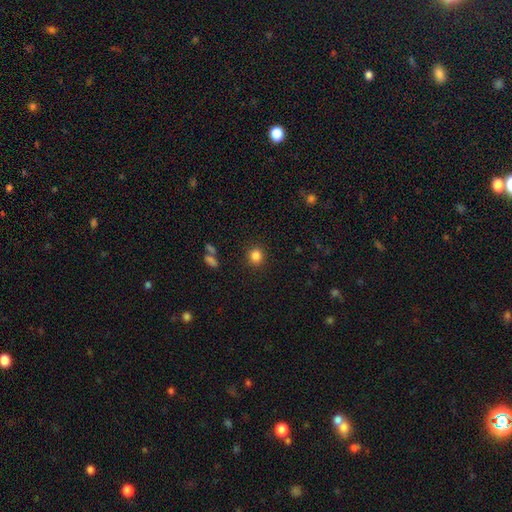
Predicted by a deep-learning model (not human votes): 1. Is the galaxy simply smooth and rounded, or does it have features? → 84% smooth, 12% star or artifact, 5% featured or disk.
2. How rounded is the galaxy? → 86% round, 13% in between, 1% cigar-shaped.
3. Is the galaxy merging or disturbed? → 89% none, 7% minor disturbance, 2% major disturbance, 2% merger.